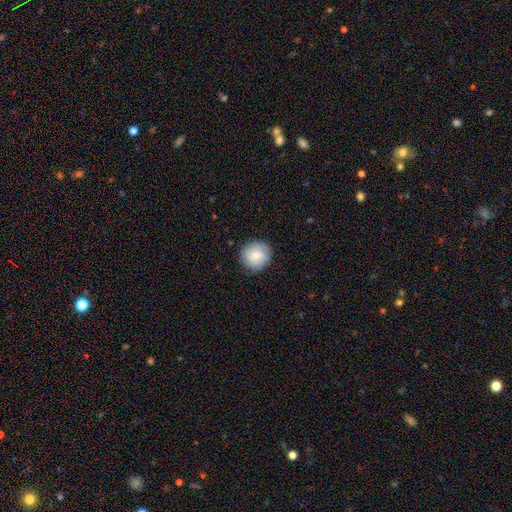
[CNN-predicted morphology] This appears to be a smooth galaxy with no disk features (75%) that is round (87%). Merging: none (83%).